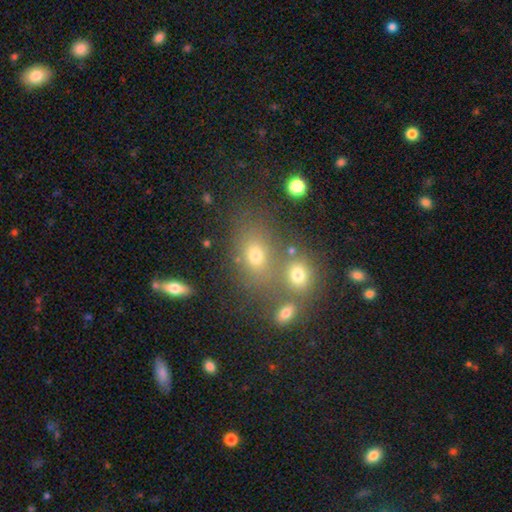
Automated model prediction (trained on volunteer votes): Q: Smooth or featured?
A: smooth (67%); runner-up: star or artifact (18%)
Q: How rounded?
A: in between (65%); runner-up: round (33%)
Q: Merging?
A: none (54%); runner-up: merger (28%)